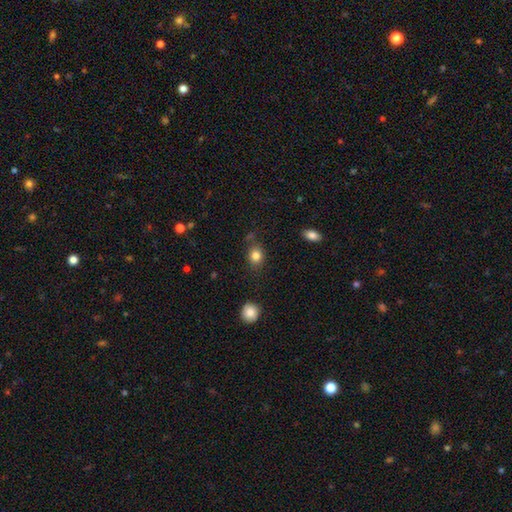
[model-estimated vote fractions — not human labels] smooth_or_featured: smooth (p=0.83) [alt: star or artifact p=0.11]
how_rounded: round (p=0.62) [alt: in between p=0.37]
merging: none (p=0.79) [alt: minor disturbance p=0.13]